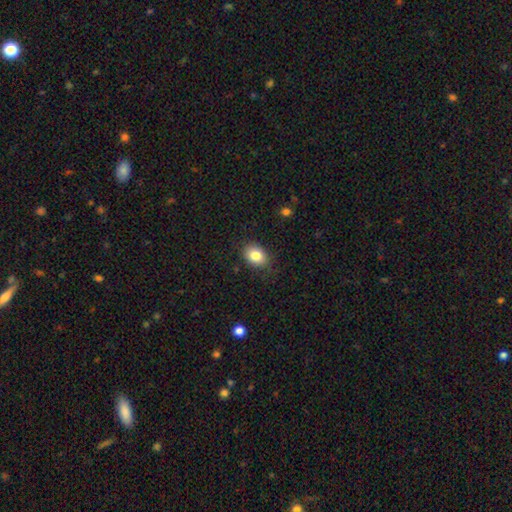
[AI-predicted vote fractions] smooth-or-featured: smooth: 83% | star or artifact: 9% | featured or disk: 8%
  how-rounded: in between: 65% | round: 34% | cigar-shaped: 1%
  merging: none: 84% | minor disturbance: 12% | major disturbance: 3% | merger: 1%